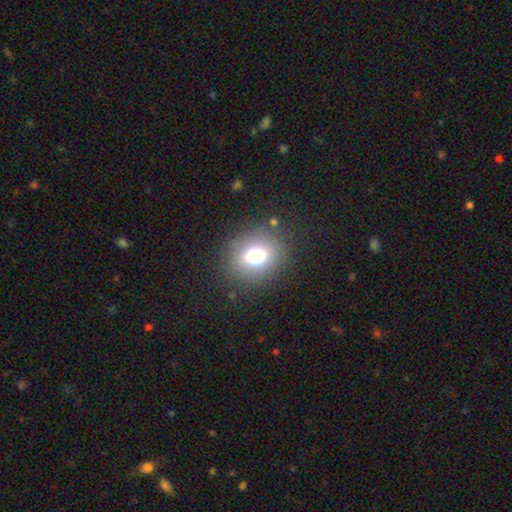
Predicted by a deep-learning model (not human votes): Q: Smooth or featured?
A: smooth (70%); runner-up: star or artifact (17%)
Q: How rounded?
A: round (60%); runner-up: in between (39%)
Q: Merging?
A: none (83%); runner-up: minor disturbance (10%)